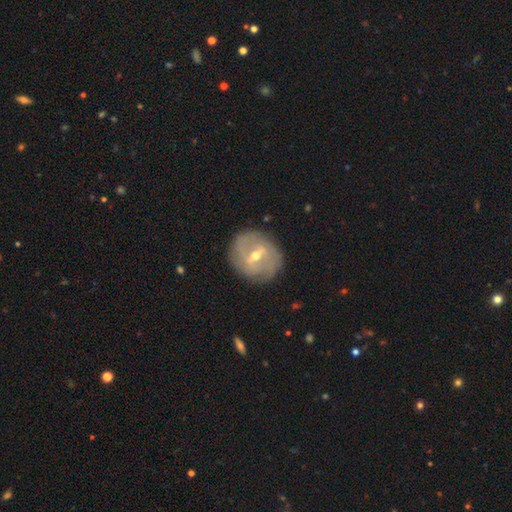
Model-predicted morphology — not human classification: featured or disk 72%, smooth 21%, star or artifact 7%. Down the decision tree: edge-on disk — no (94%); bar — weak (48%); spiral arms — yes (62%); bulge size — moderate (55%); merging — none (82%).